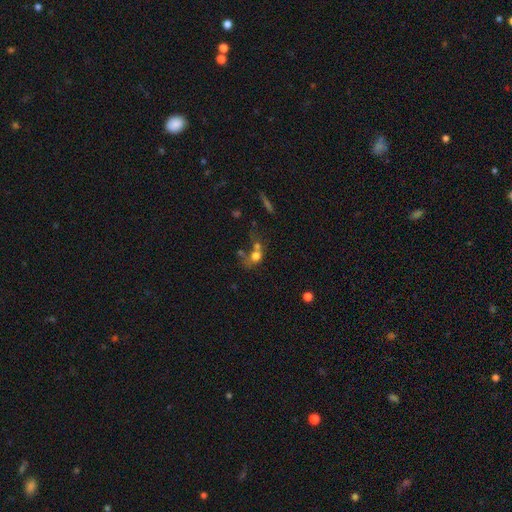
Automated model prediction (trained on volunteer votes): Smooth or featured?
  - smooth: 66% *
  - featured or disk: 19%
  - star or artifact: 14%
How rounded?
  - round: 65% *
  - in between: 33%
  - cigar-shaped: 2%
Merging?
  - merger: 53% *
  - none: 25%
  - major disturbance: 13%
  - minor disturbance: 10%